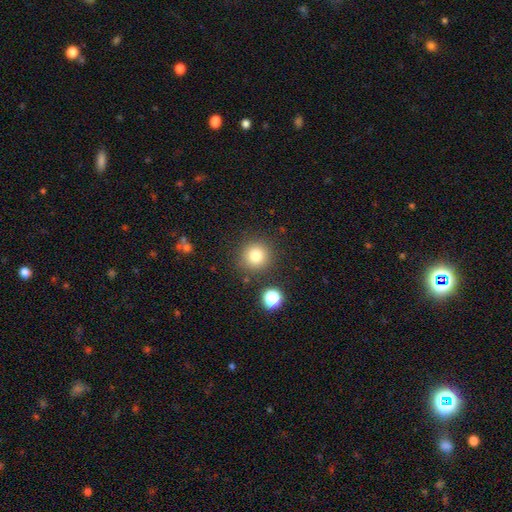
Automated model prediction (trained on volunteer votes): smooth 79%, star or artifact 13%, featured or disk 8%. Down the decision tree: how rounded — round (94%); merging — none (86%).